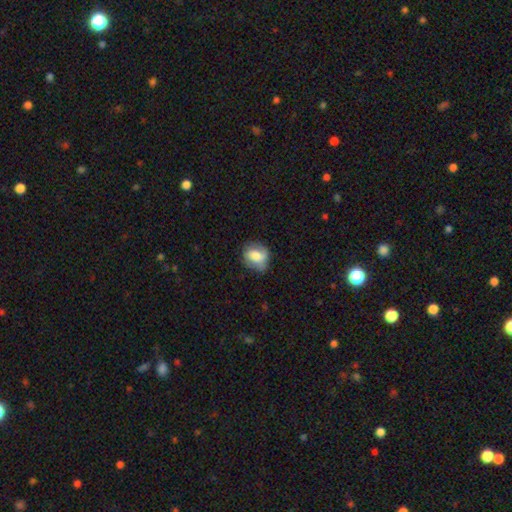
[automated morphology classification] A smooth galaxy with no disk features (67%) that is round (58%).

Vote fractions:
- Smooth or featured? smooth: 67% / featured or disk: 25% / star or artifact: 8%
- How rounded? round: 58% / in between: 41% / cigar-shaped: 1%
- Merging? none: 62% / minor disturbance: 28% / major disturbance: 9% / merger: 2%